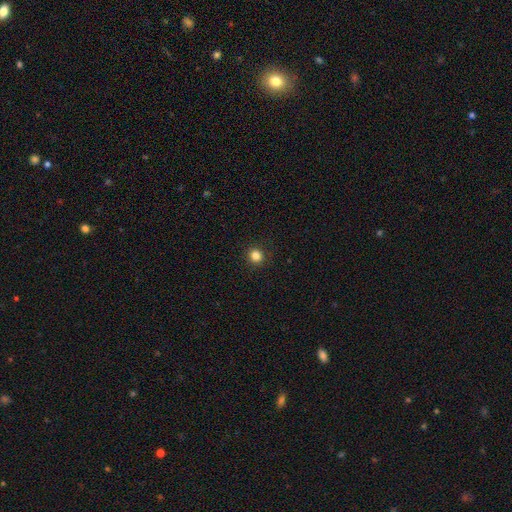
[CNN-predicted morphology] smooth_or_featured: smooth (p=0.83) [alt: star or artifact p=0.13]
how_rounded: round (p=0.91) [alt: in between p=0.08]
merging: none (p=0.92) [alt: minor disturbance p=0.06]